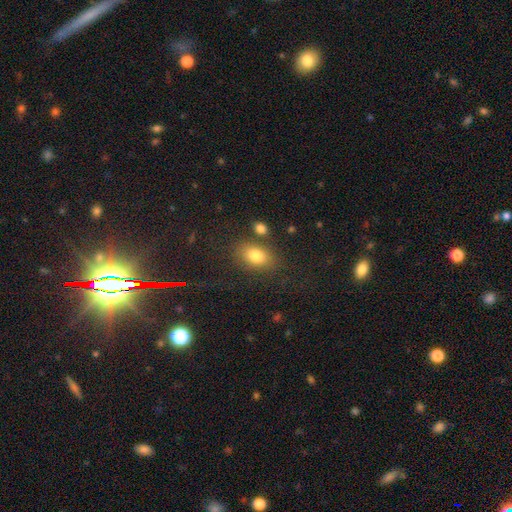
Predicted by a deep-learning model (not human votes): A smooth galaxy with no disk features (80%) that is in between round and cigar-shaped (82%).

Vote fractions:
- Smooth or featured? smooth: 80% / star or artifact: 10% / featured or disk: 10%
- How rounded? in between: 82% / round: 17% / cigar-shaped: 2%
- Merging? none: 72% / minor disturbance: 14% / merger: 8% / major disturbance: 6%